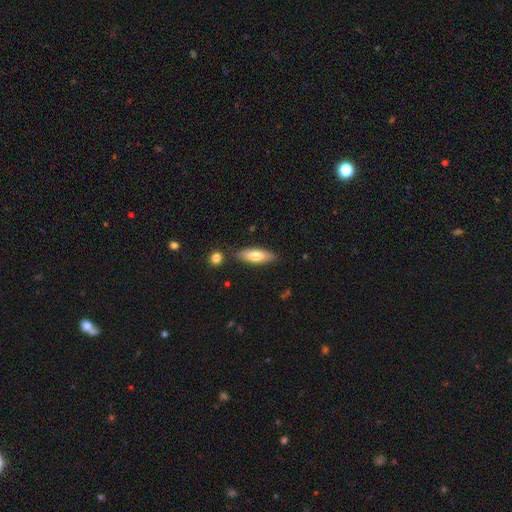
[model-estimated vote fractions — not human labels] Smooth or featured? Predicted: smooth (p=0.70). How rounded? Predicted: in between (p=0.50). Merging? Predicted: none (p=0.83).